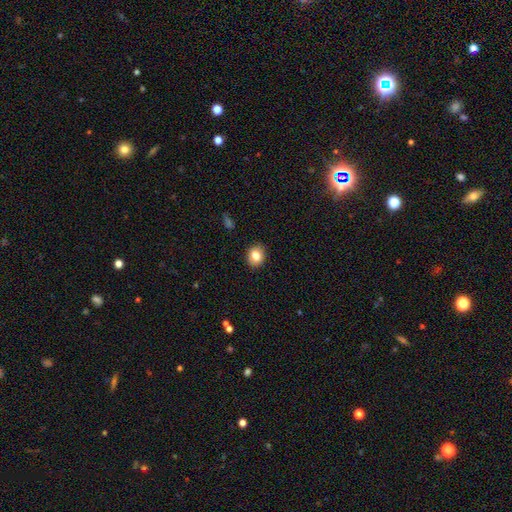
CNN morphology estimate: Overall: smooth (81%). How rounded: round (60%; in between 39%). Merging: none (89%).